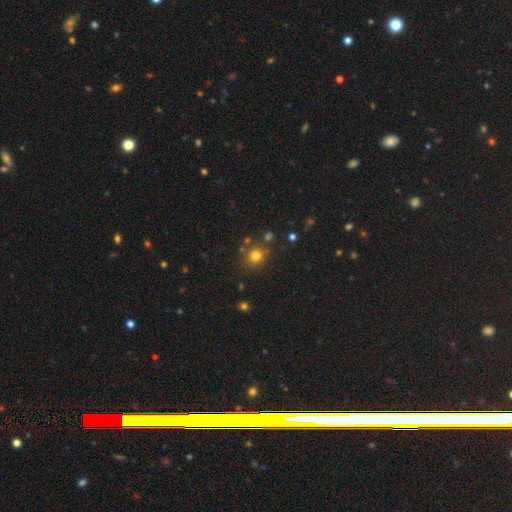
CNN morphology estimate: smooth-or-featured: smooth: 76% | star or artifact: 17% | featured or disk: 7%
  how-rounded: round: 84% | in between: 15% | cigar-shaped: 1%
  merging: none: 81% | minor disturbance: 9% | merger: 7% | major disturbance: 3%